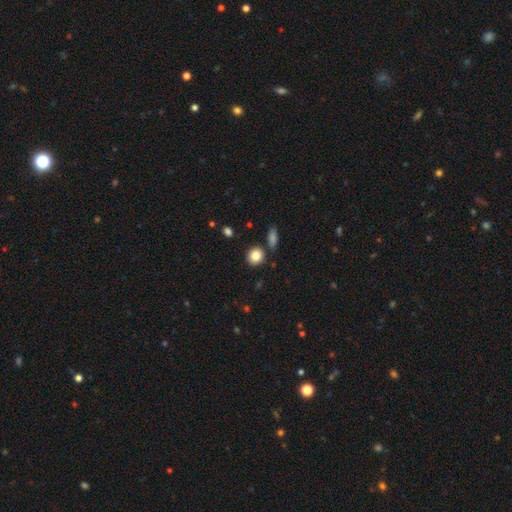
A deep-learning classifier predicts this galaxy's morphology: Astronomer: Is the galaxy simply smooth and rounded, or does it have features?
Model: smooth — 85%.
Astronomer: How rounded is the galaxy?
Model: round — 83%.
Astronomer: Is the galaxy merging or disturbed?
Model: none — 84%.